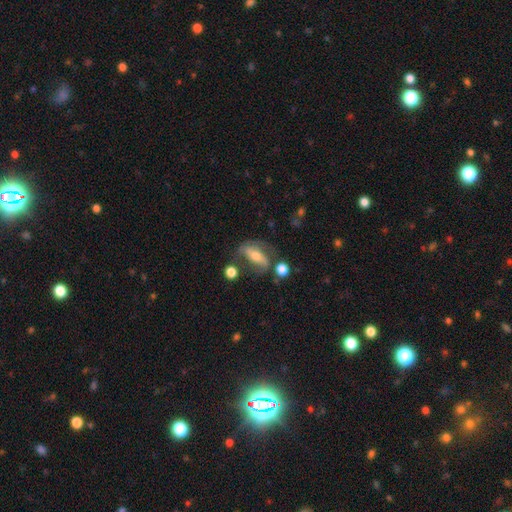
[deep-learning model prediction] The model was most divided on "bar": strong: 47%, no: 28%, weak: 24%. More confident: edge-on disk — no (86%); spiral arms — yes (74%); smooth or featured — featured or disk (62%); bulge size — moderate (57%); merging — none (51%).